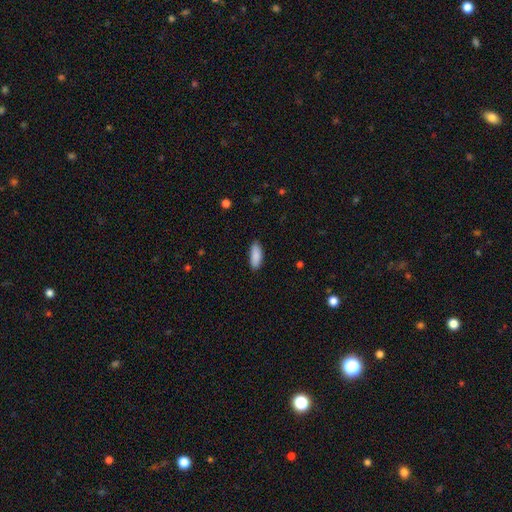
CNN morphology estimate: A smooth galaxy with no disk features (89%) that is in between round and cigar-shaped (74%). Merging: none (87%).